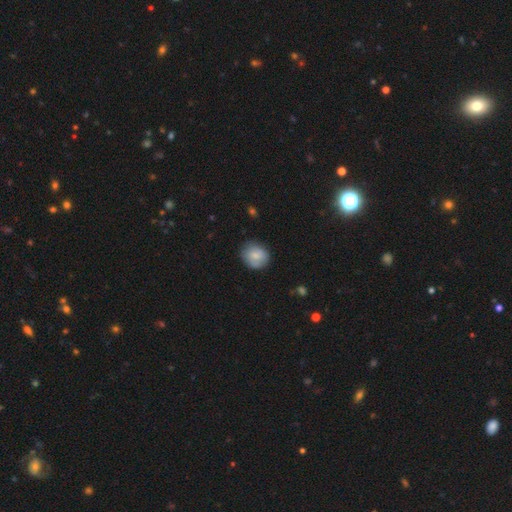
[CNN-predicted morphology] Smooth or featured: smooth — 78% (featured or disk — 15%)
How rounded: round — 74% (in between — 25%)
Merging: none — 78% (minor disturbance — 17%)